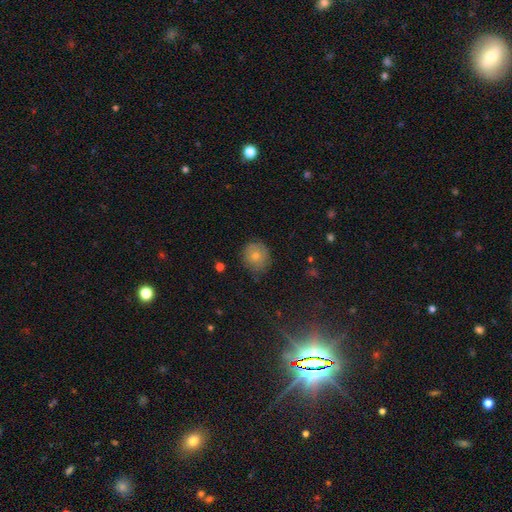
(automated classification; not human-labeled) A smooth galaxy with no disk features (70%) that is round (81%). Merging: none (73%).